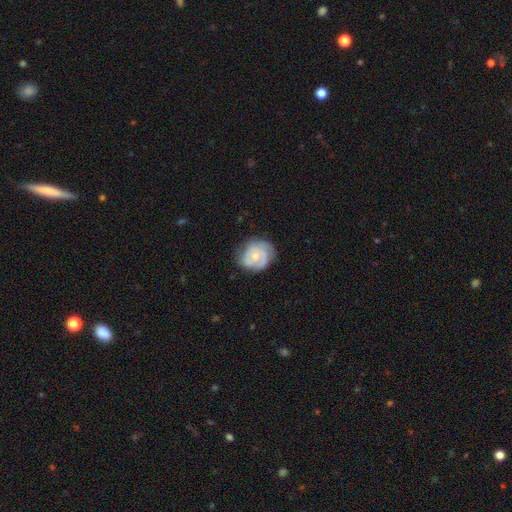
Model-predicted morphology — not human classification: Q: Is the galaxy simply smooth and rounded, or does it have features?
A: featured or disk — 71%.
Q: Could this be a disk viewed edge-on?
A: no — 98%.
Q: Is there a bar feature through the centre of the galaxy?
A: no — 73%.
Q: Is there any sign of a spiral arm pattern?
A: yes — 90%.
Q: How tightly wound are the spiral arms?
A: tight — 56%.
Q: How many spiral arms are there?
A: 2 — 40%.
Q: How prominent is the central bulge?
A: small — 53%.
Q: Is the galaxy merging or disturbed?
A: none — 67%.